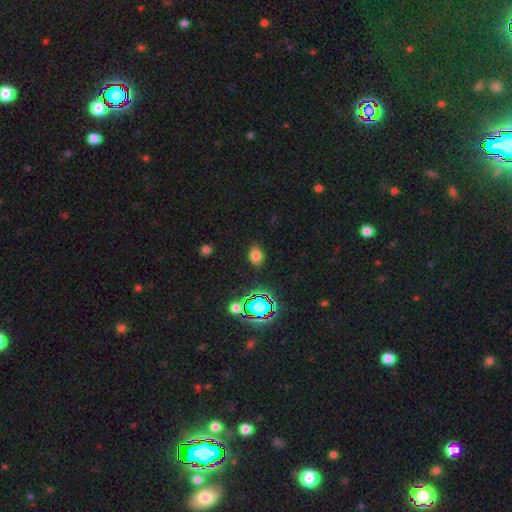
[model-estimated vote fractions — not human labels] A smooth galaxy with no disk features (73%) that is in between round and cigar-shaped (66%).

Vote fractions:
- Smooth or featured? smooth: 73% / star or artifact: 20% / featured or disk: 7%
- How rounded? in between: 66% / round: 32% / cigar-shaped: 1%
- Merging? none: 85% / minor disturbance: 10% / major disturbance: 3% / merger: 2%